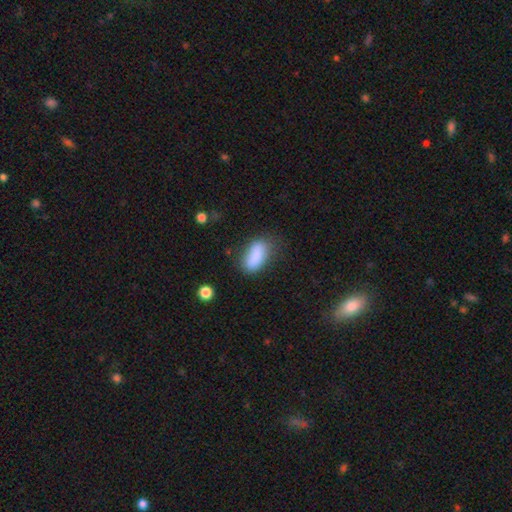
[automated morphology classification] Smooth or featured? smooth (85%)
How rounded? in between (86%)
Merging? none (63%)